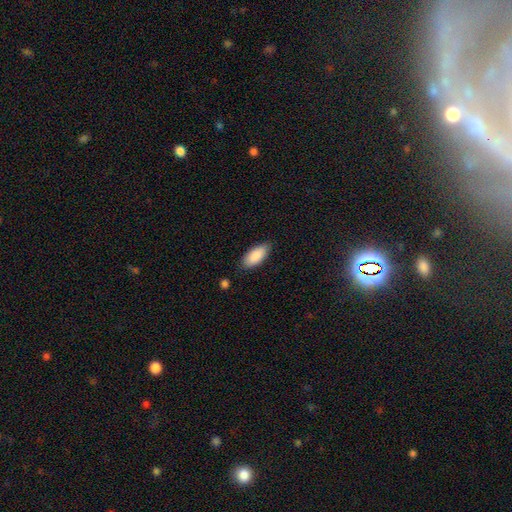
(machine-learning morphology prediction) The model was most divided on "merging": none: 82%, minor disturbance: 14%, major disturbance: 3%, merger: 2%. More confident: smooth or featured — smooth (89%); how rounded — in between (87%).